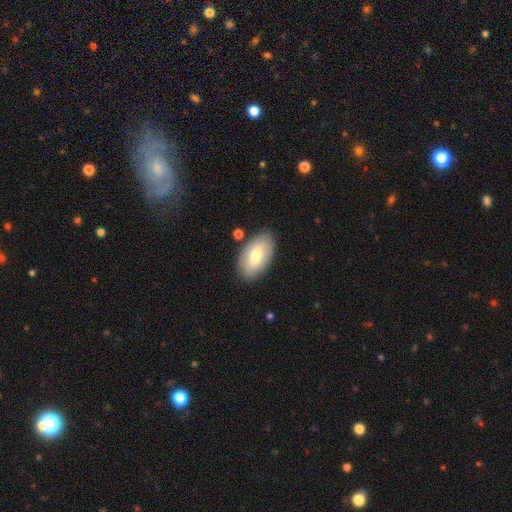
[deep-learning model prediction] smooth_or_featured: smooth (p=0.68) [alt: featured or disk p=0.26]
how_rounded: in between (p=0.94) [alt: round p=0.04]
merging: none (p=0.82) [alt: minor disturbance p=0.12]